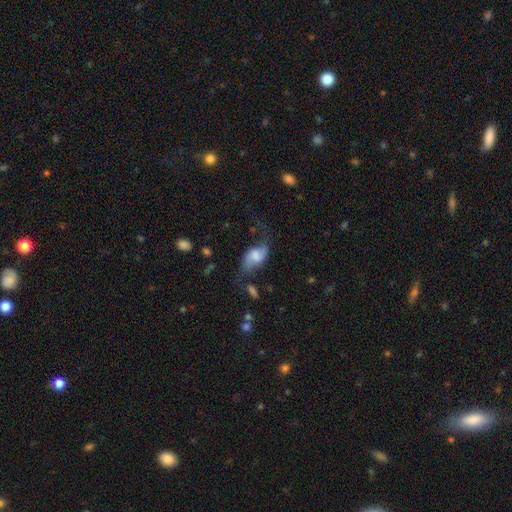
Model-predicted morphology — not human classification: smooth-or-featured: featured or disk: 57% | smooth: 33% | star or artifact: 9%
  disk-edge-on: no: 94% | yes: 6%
    bar: no: 46% | weak: 41% | strong: 13%
    has-spiral-arms: yes: 87% | no: 13%
    bulge-size: moderate: 33% | small: 23% | none: 22% | large: 19% | dominant: 4%
  merging: none: 46% | minor disturbance: 25% | major disturbance: 24% | merger: 6%